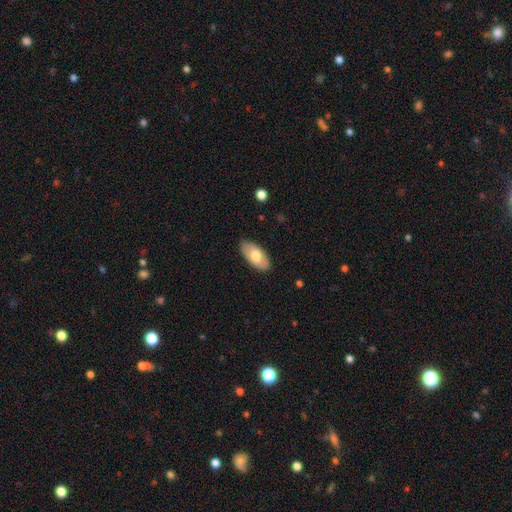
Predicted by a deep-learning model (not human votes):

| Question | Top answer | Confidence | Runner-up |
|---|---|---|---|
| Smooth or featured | smooth | 63% | featured or disk (32%) |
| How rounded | in between | 93% | cigar-shaped (4%) |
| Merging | none | 83% | minor disturbance (13%) |